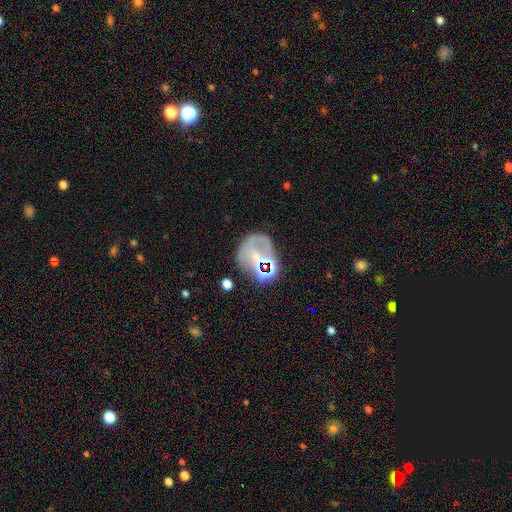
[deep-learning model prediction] Overall: smooth (41%; featured or disk 36%). Merging: none (53%; minor disturbance 20%).